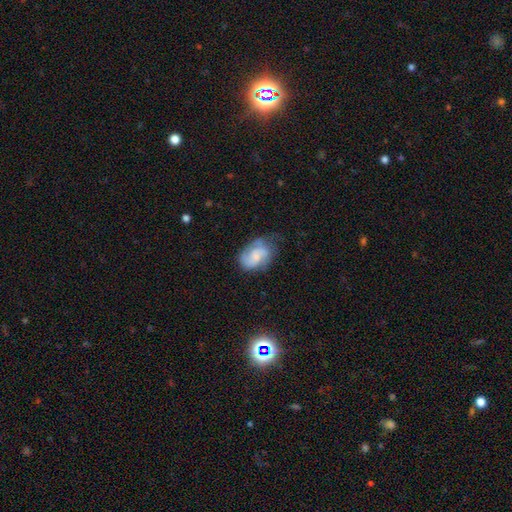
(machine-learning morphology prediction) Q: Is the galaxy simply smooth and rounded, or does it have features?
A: featured or disk — 60%.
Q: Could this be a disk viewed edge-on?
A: no — 98%.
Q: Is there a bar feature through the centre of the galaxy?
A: no — 56%.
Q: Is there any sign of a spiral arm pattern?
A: yes — 89%.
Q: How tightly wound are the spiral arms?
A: medium — 47%.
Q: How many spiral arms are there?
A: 2 — 65%.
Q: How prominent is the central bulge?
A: small — 36%.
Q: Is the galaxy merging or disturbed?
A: none — 52%.